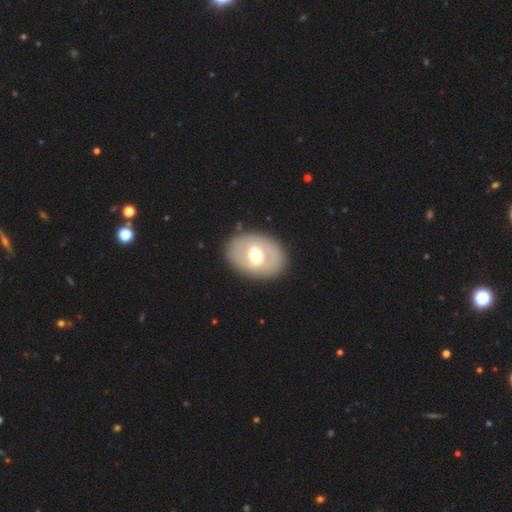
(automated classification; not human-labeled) Morphology: type=featured or disk (52%); edge-on=no (93%); merging=none (85%).